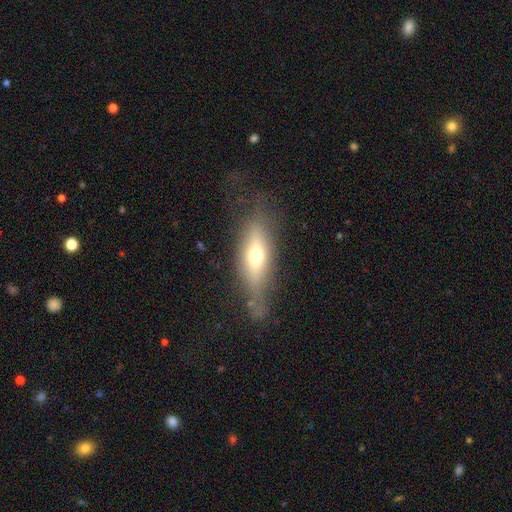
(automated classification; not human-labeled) smooth 48%, featured or disk 44%, star or artifact 8%. Down the decision tree: merging — none (60%).